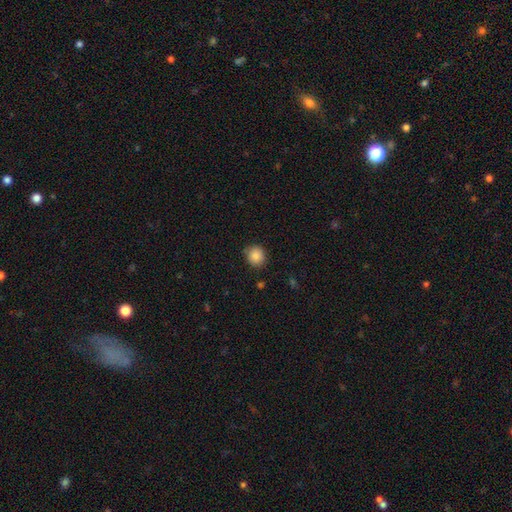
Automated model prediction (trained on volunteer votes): This appears to be a smooth galaxy with no disk features (86%) that is round (88%). Merging: none (82%).